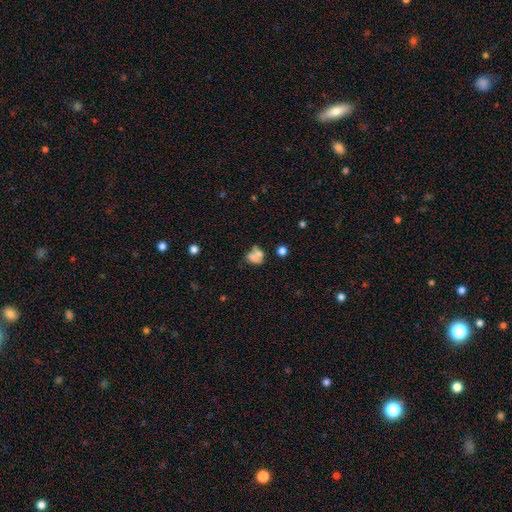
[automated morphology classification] smooth-or-featured: smooth: 60% | featured or disk: 27% | star or artifact: 13%
  how-rounded: in between: 57% | round: 41% | cigar-shaped: 2%
  merging: merger: 47% | none: 27% | minor disturbance: 14% | major disturbance: 12%